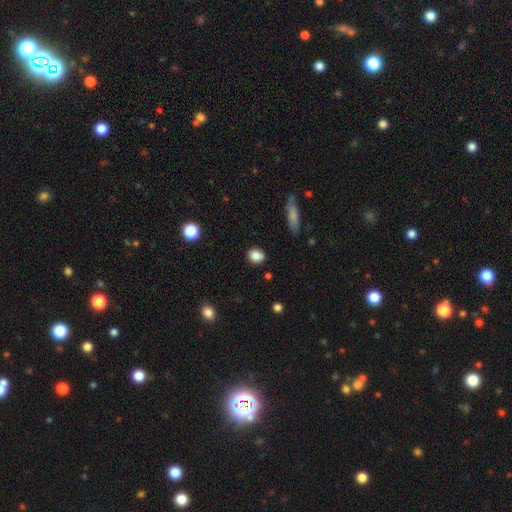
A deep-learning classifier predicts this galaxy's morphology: A smooth galaxy with no disk features (85%) that is round (66%). Merging: none (85%).